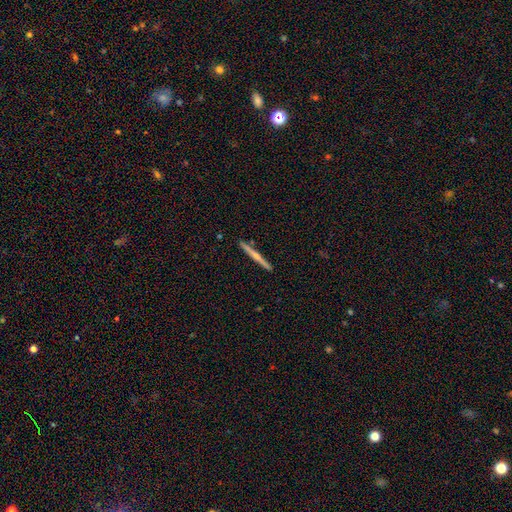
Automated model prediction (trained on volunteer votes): Smooth or featured? featured or disk (60%)
Edge-on disk? yes (98%)
Edge-on bulge? rounded (65%)
Merging? none (91%)